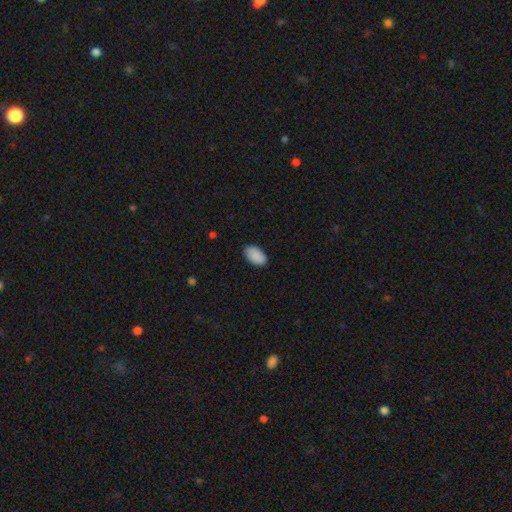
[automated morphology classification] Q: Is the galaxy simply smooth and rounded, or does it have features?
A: smooth — 90%.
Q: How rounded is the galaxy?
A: in between — 94%.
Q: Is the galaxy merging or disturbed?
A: none — 85%.